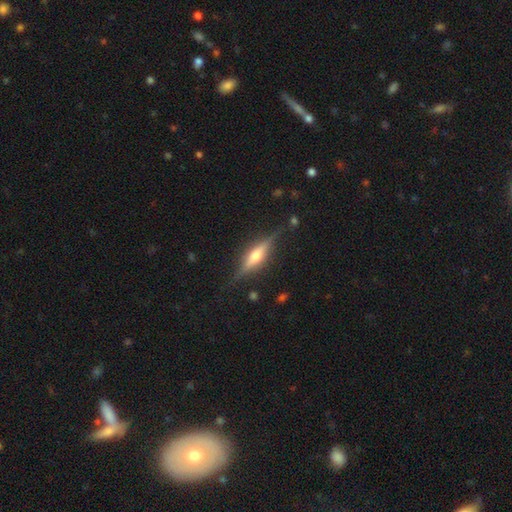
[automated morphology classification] This appears to be a featured or disk galaxy (70%) viewed edge-on (96%) with a rounded central bulge (86%). Merging: none (84%).